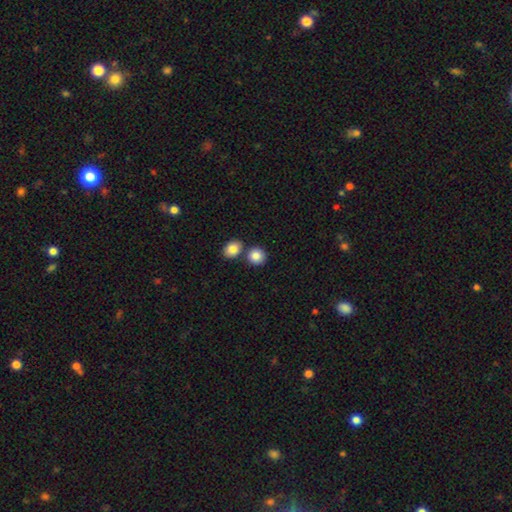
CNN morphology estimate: The model was most divided on "merging": none: 67%, merger: 23%, minor disturbance: 8%, major disturbance: 2%. More confident: smooth or featured — smooth (85%); how rounded — round (80%).